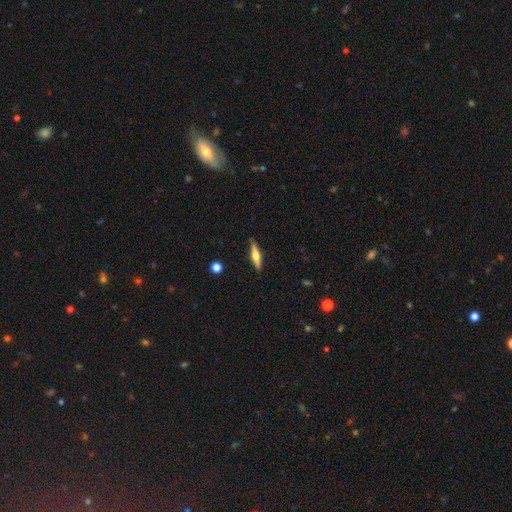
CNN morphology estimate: Overall: featured or disk (54%; smooth 40%). Edge-on disk: yes (96%). Edge-on bulge: rounded (85%). Merging: none (87%).